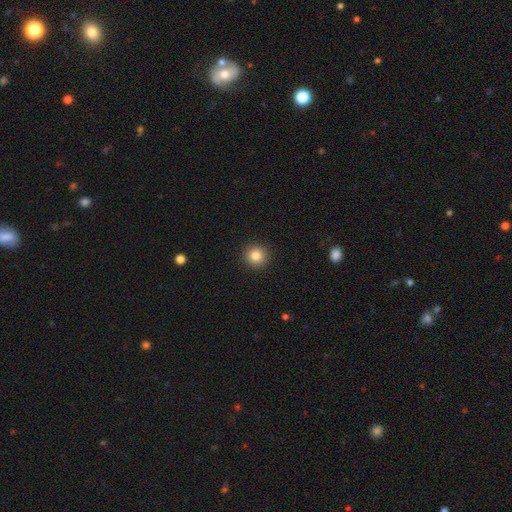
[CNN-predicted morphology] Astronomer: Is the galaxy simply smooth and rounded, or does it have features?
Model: smooth — 84%.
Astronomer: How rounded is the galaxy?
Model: round — 95%.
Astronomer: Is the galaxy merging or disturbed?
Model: none — 92%.